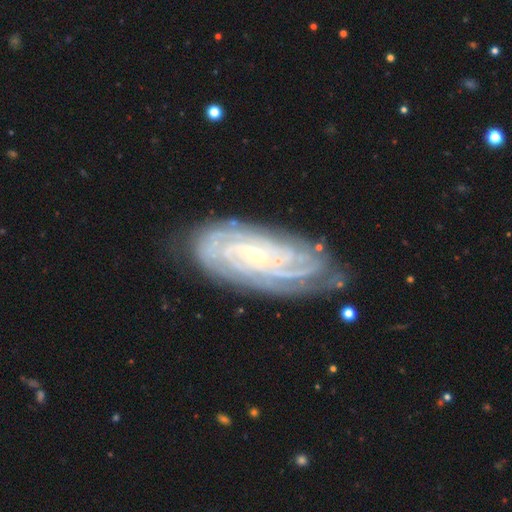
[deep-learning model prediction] Smooth or featured? featured or disk (87%)
Edge-on disk? no (93%)
Bar? no (64%)
Spiral arms? yes (98%)
Spiral winding? tight (81%)
Spiral arm count? 4 (26%)
Bulge size? small (82%)
Merging? none (76%)